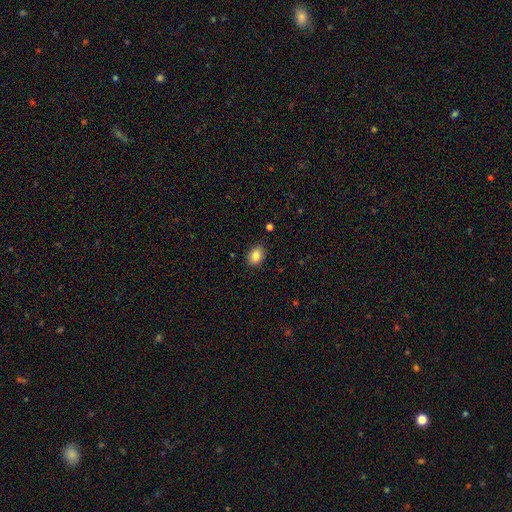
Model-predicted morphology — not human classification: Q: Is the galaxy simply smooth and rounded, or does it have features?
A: smooth — 84%.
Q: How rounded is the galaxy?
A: in between — 67%.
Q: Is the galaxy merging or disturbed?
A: none — 88%.